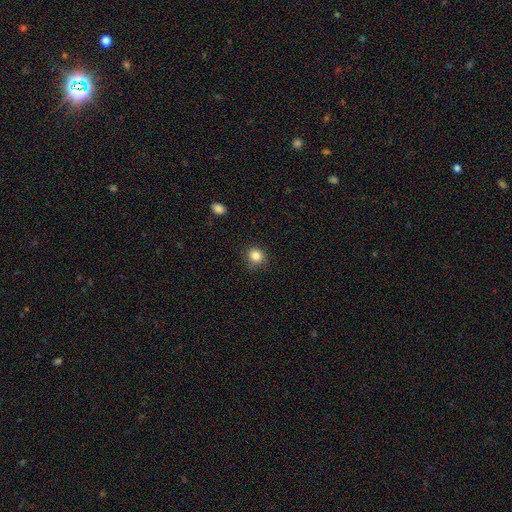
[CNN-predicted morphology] The model was most divided on "merging": none: 81%, minor disturbance: 14%, major disturbance: 3%, merger: 1%. More confident: how rounded — round (85%); smooth or featured — smooth (85%).